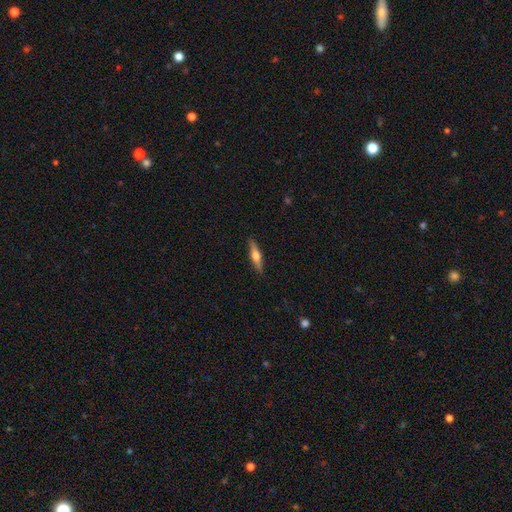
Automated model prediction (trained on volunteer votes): The model was most divided on "smooth or featured": featured or disk: 57%, smooth: 37%, star or artifact: 6%. More confident: edge-on disk — yes (96%); edge-on bulge — rounded (92%); merging — none (90%).